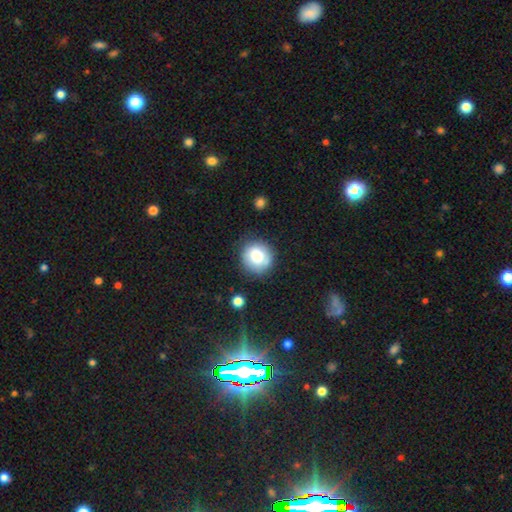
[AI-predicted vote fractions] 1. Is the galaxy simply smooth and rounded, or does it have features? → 77% smooth, 14% featured or disk, 9% star or artifact.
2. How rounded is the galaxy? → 90% round, 9% in between, 1% cigar-shaped.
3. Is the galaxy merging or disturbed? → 79% none, 15% minor disturbance, 4% major disturbance, 3% merger.